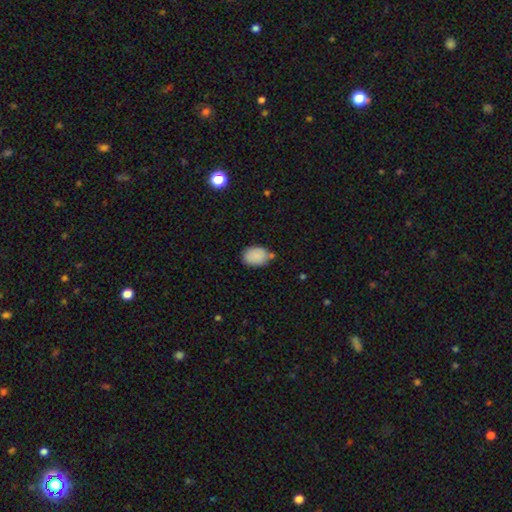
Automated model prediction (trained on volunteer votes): A smooth galaxy with no disk features (88%) that is in between round and cigar-shaped (81%).

Vote fractions:
- Smooth or featured? smooth: 88% / star or artifact: 7% / featured or disk: 5%
- How rounded? in between: 81% / round: 18% / cigar-shaped: 1%
- Merging? none: 70% / minor disturbance: 19% / merger: 7% / major disturbance: 4%